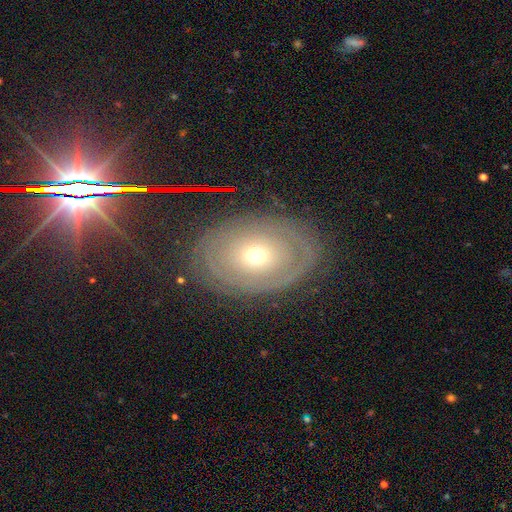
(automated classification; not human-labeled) Smooth or featured? featured or disk (64%)
Edge-on disk? no (93%)
Bar? no (85%)
Spiral arms? yes (55%)
Bulge size? moderate (60%)
Merging? none (79%)